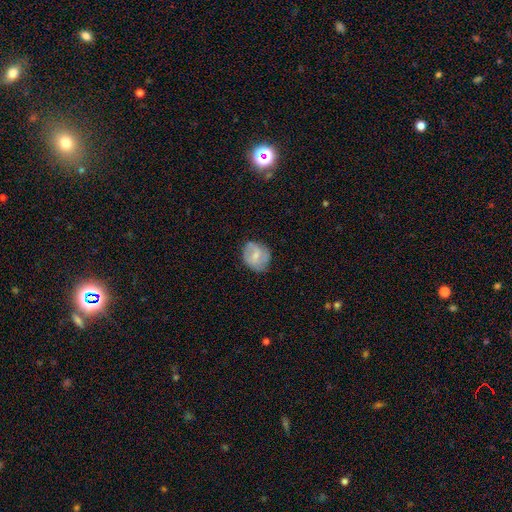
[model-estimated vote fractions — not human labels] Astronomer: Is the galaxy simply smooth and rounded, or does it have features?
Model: smooth — 52% (runner-up: featured or disk, 41%).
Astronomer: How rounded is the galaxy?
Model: round — 64%.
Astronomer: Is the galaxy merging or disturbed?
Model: none — 69%.